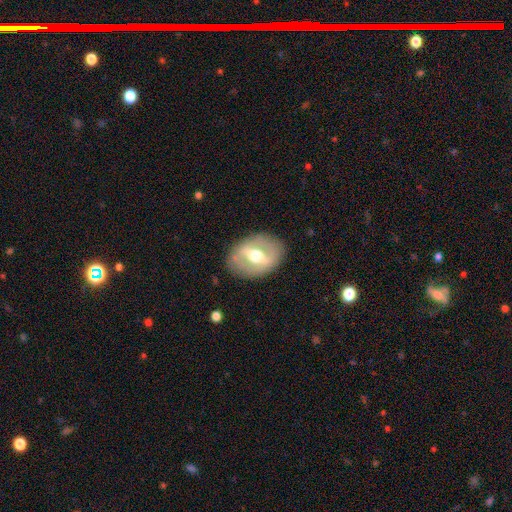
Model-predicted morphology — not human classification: This appears to be a featured or disk galaxy (64%) with a strong bar (52%), no spiral arms (78%) and a moderate central bulge (67%). Merging: none (82%).